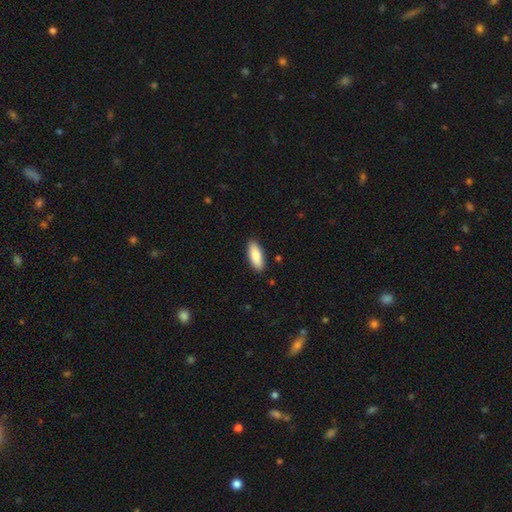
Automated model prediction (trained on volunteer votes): Q: Smooth or featured?
A: smooth (88%); runner-up: featured or disk (6%)
Q: How rounded?
A: in between (76%); runner-up: cigar-shaped (22%)
Q: Merging?
A: none (88%); runner-up: minor disturbance (9%)